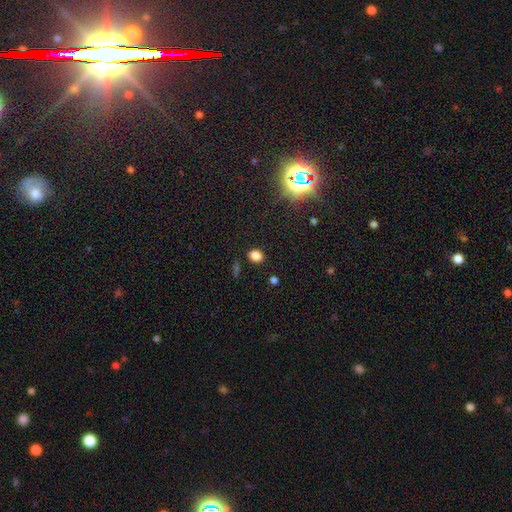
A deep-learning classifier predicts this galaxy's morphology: type=smooth (82%); roundness=in between (58%); merging=none (85%).